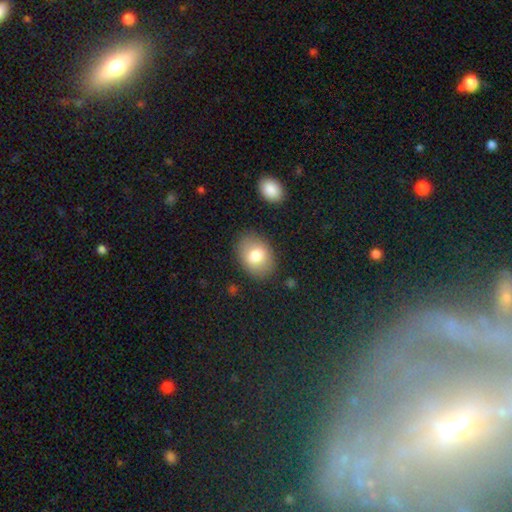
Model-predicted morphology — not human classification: smooth-or-featured: smooth: 78% | featured or disk: 15% | star or artifact: 8%
  how-rounded: in between: 71% | round: 28% | cigar-shaped: 1%
  merging: none: 83% | minor disturbance: 12% | major disturbance: 3% | merger: 2%